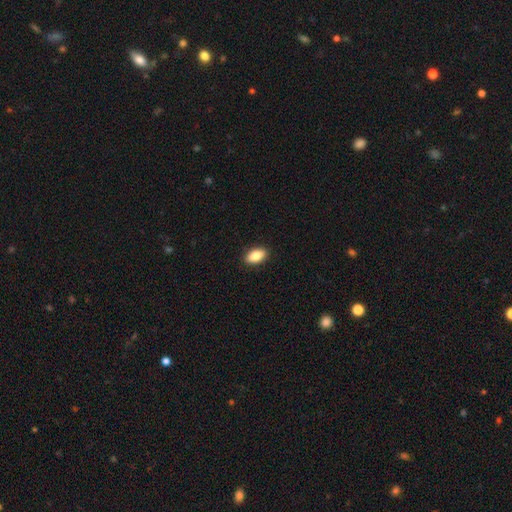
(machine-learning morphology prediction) smooth 87%, star or artifact 7%, featured or disk 6%. Down the decision tree: how rounded — in between (92%); merging — none (90%).